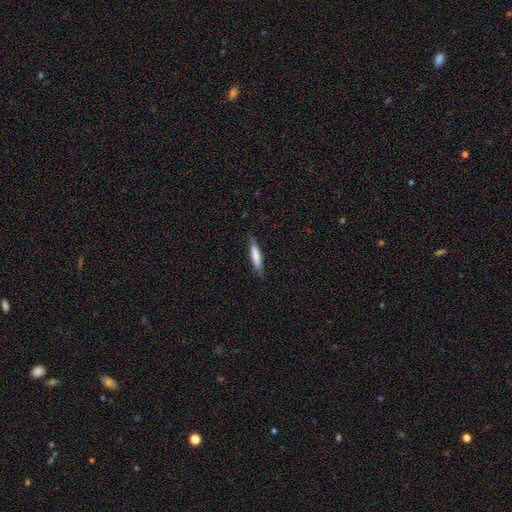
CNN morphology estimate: smooth 73%, featured or disk 21%, star or artifact 6%. Down the decision tree: how rounded — cigar-shaped (87%); merging — none (82%).